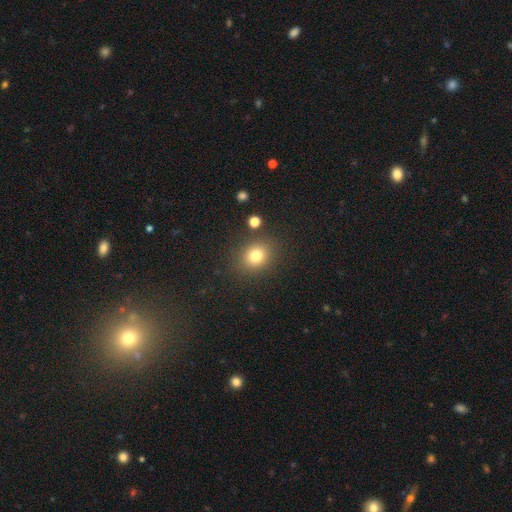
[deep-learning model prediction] Smooth or featured?
  - smooth: 78% *
  - star or artifact: 14%
  - featured or disk: 8%
How rounded?
  - round: 68% *
  - in between: 31%
  - cigar-shaped: 1%
Merging?
  - none: 84% *
  - minor disturbance: 9%
  - major disturbance: 4%
  - merger: 3%